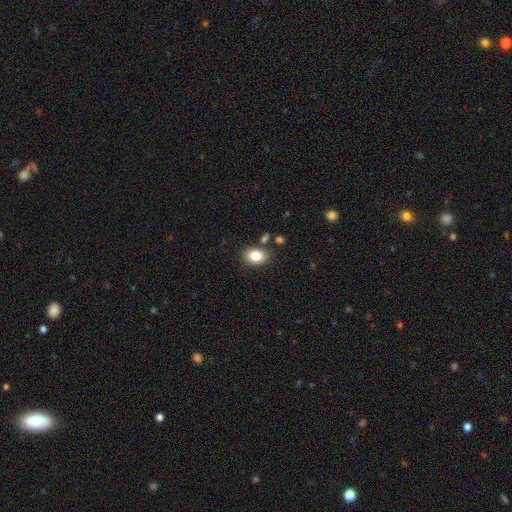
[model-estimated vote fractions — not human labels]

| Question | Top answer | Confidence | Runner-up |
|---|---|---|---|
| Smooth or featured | smooth | 82% | star or artifact (9%) |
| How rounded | in between | 71% | round (28%) |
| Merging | none | 79% | minor disturbance (12%) |